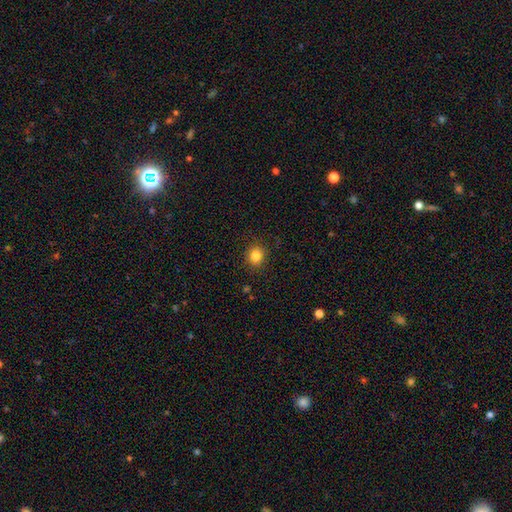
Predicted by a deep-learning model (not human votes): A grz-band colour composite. It shows a smooth galaxy with no disk features (83%) that is round (80%). Merging: none (89%).